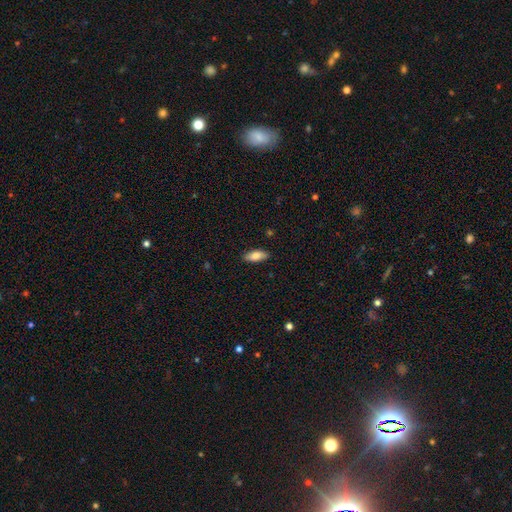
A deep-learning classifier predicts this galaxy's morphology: Smooth or featured?
  - smooth: 78% *
  - featured or disk: 15%
  - star or artifact: 6%
How rounded?
  - in between: 79% *
  - cigar-shaped: 19%
  - round: 2%
Merging?
  - none: 88% *
  - minor disturbance: 9%
  - major disturbance: 2%
  - merger: 1%